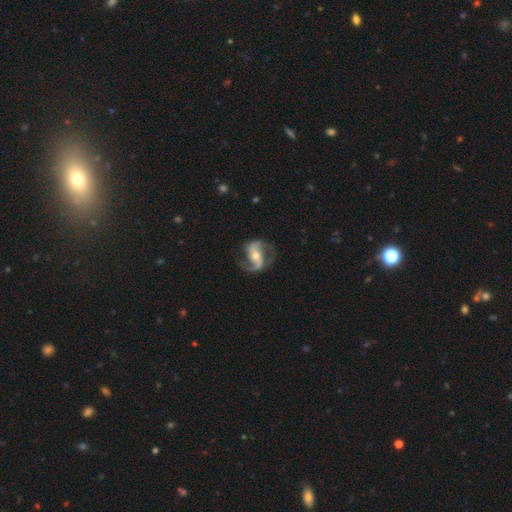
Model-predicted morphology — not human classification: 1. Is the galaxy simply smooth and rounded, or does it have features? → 89% featured or disk, 6% smooth, 5% star or artifact.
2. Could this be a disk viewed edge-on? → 97% no, 3% yes.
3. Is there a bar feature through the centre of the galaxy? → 35% strong, 34% weak, 32% no.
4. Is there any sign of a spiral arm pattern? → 97% yes, 3% no.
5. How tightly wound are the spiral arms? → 47% loose, 43% medium, 11% tight.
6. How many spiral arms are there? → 92% 2, 2% 1, 2% can't tell, 2% 3, 1% 4, 1% more than 4.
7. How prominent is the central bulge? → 58% moderate, 36% small, 3% large, 1% none, 1% dominant.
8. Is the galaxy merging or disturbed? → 75% none, 15% minor disturbance, 9% major disturbance, 1% merger.